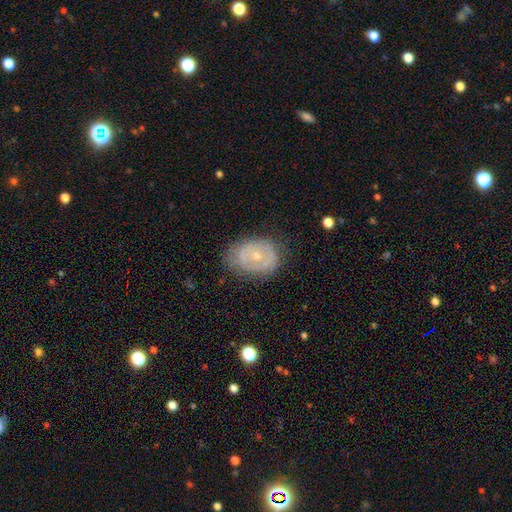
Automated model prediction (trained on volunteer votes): A featured or disk galaxy (60%) with no bar (82%), no spiral arms (65%) and a small central bulge (57%). Merging: none (68%).